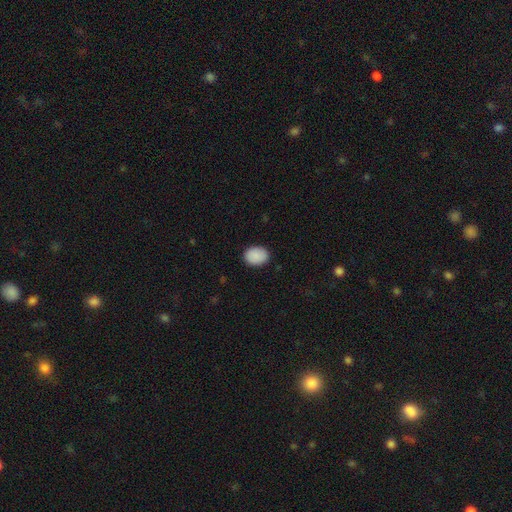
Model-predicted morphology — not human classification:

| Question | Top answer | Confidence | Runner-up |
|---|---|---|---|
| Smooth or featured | smooth | 90% | star or artifact (7%) |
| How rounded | in between | 65% | round (34%) |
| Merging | none | 88% | minor disturbance (9%) |